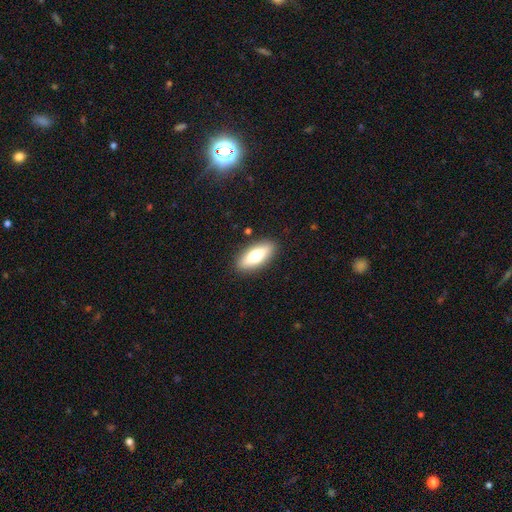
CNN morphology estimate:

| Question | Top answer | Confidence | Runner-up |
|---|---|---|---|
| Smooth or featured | smooth | 66% | featured or disk (28%) |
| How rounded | in between | 74% | cigar-shaped (24%) |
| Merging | none | 89% | minor disturbance (8%) |